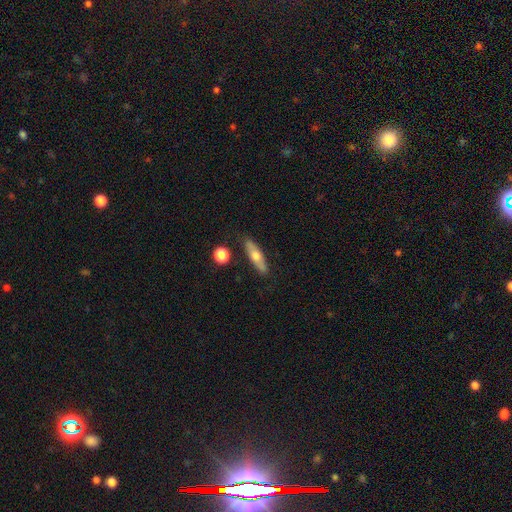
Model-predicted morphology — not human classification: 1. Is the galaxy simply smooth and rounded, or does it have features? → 54% smooth, 39% featured or disk, 6% star or artifact.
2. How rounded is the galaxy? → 64% cigar-shaped, 32% in between, 3% round.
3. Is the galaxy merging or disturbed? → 83% none, 11% minor disturbance, 3% merger, 3% major disturbance.